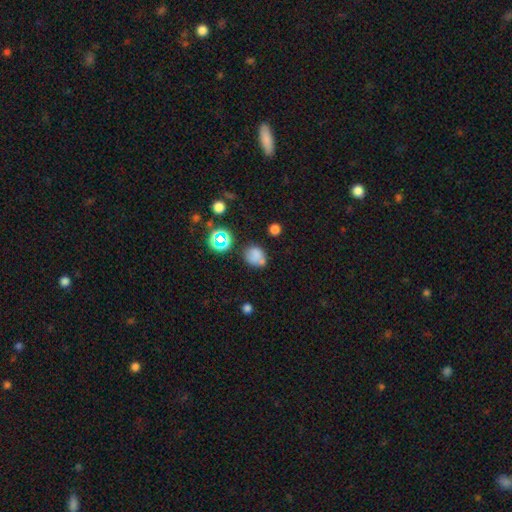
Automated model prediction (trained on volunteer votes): This is likely a smooth galaxy (69%). How rounded: likely round (63%). Merging: possibly none (56%).